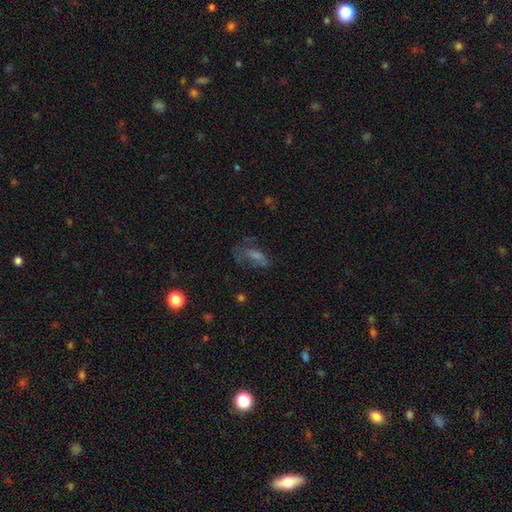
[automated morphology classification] The model was most divided on "smooth or featured": smooth: 39%, featured or disk: 36%, star or artifact: 25%. Remaining: merging — none (48%).